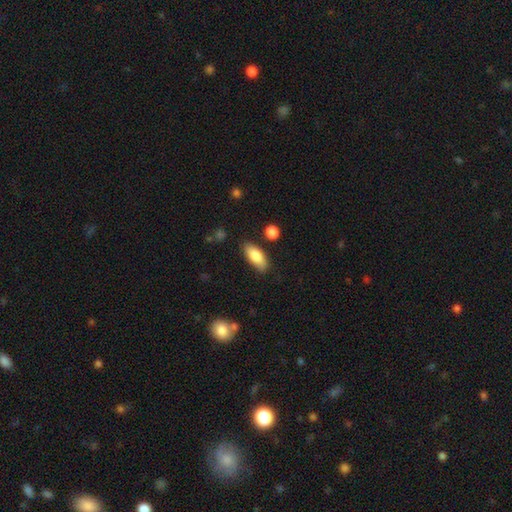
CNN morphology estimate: Smooth or featured?
  - smooth: 82% *
  - featured or disk: 12%
  - star or artifact: 6%
How rounded?
  - in between: 82% *
  - cigar-shaped: 15%
  - round: 3%
Merging?
  - none: 80% *
  - minor disturbance: 14%
  - major disturbance: 3%
  - merger: 3%